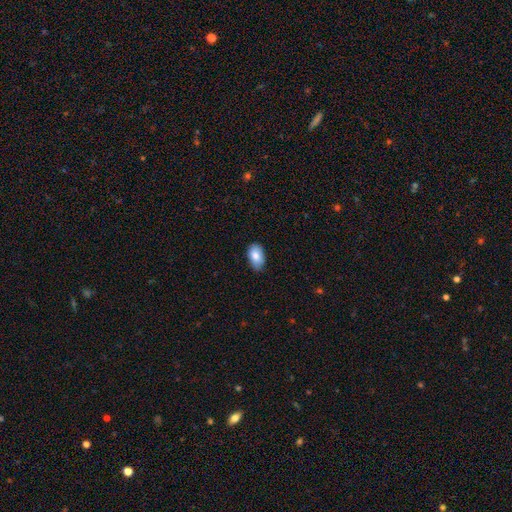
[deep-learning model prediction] Overall: smooth (84%). How rounded: in between (91%). Merging: none (75%).